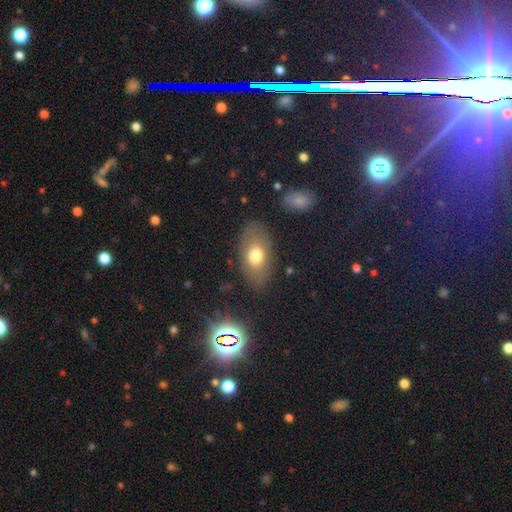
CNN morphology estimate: The model was most divided on "smooth or featured": smooth: 69%, featured or disk: 22%, star or artifact: 9%. More confident: how rounded — in between (90%); merging — none (80%).